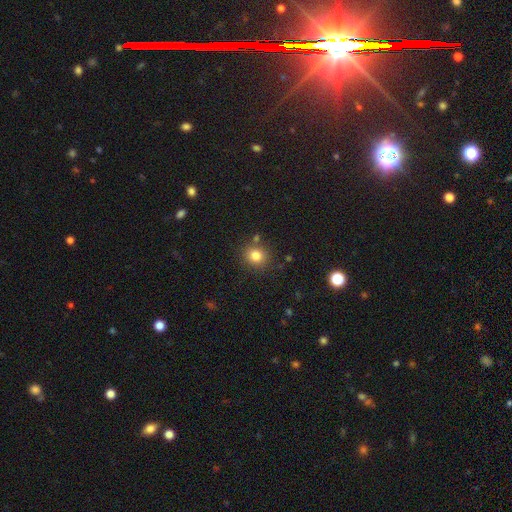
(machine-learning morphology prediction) The model was most divided on "how rounded": round: 80%, in between: 19%, cigar-shaped: 1%. More confident: smooth or featured — smooth (81%); merging — none (80%).